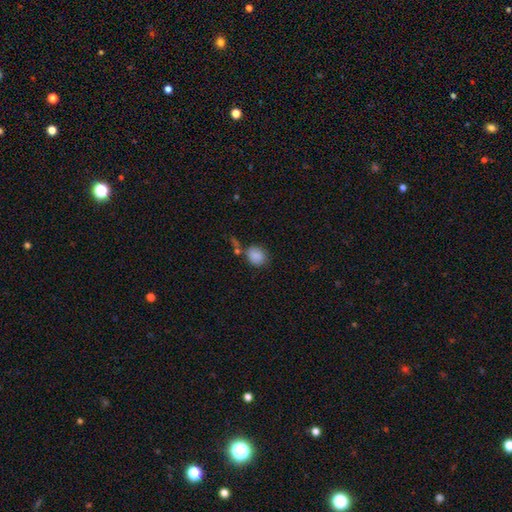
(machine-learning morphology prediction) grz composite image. It shows a smooth galaxy with no disk features (87%) that is round (64%). Merging: none (61%).